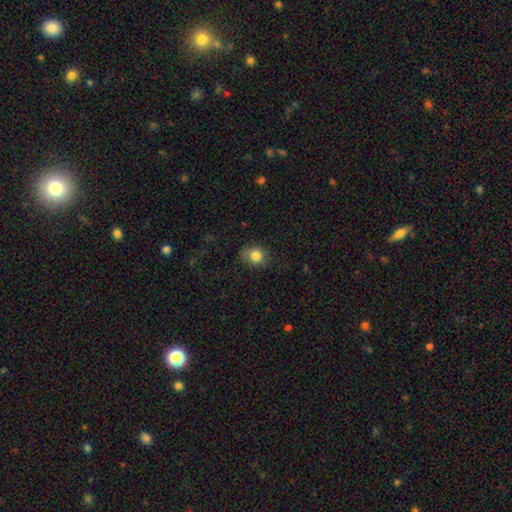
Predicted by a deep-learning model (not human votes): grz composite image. It shows a smooth galaxy with no disk features (82%) that is round (74%). Merging: none (76%).